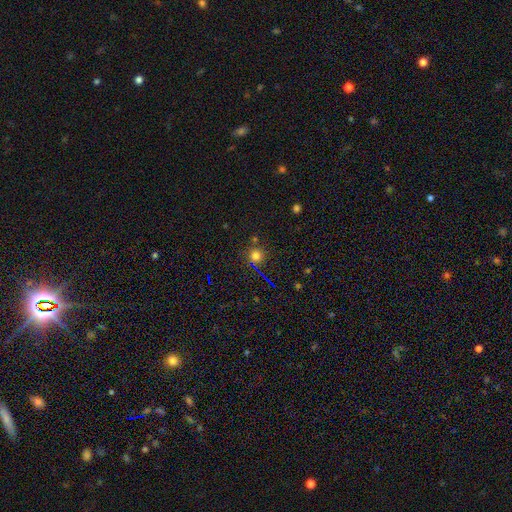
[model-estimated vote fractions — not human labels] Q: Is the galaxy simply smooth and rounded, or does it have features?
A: smooth — 68%.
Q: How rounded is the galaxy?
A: round — 93%.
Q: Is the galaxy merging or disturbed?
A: none — 80%.